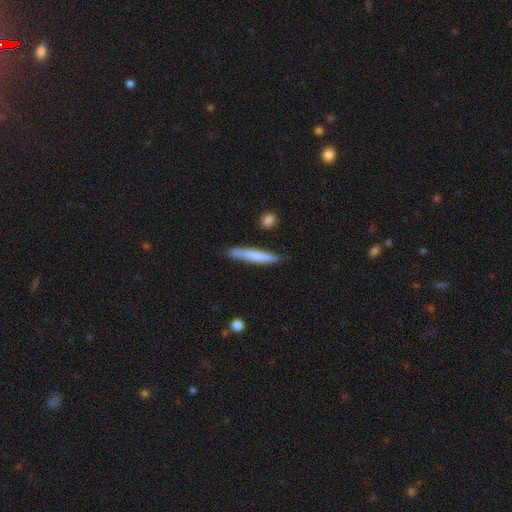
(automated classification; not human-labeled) Overall: smooth (67%). How rounded: cigar-shaped (95%). Merging: none (84%).